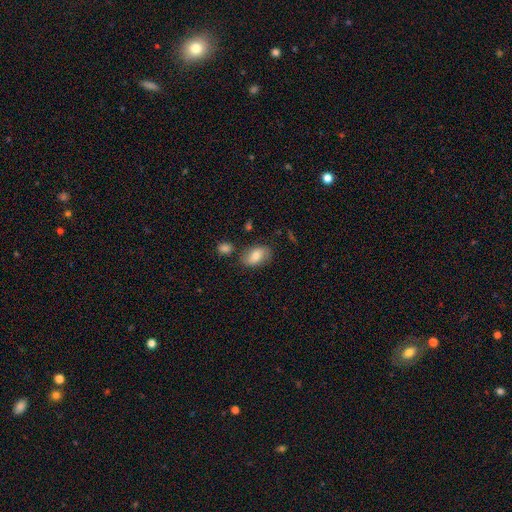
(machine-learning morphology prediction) Q: Smooth or featured?
A: smooth (74%); runner-up: featured or disk (19%)
Q: How rounded?
A: in between (89%); runner-up: round (9%)
Q: Merging?
A: none (74%); runner-up: minor disturbance (16%)